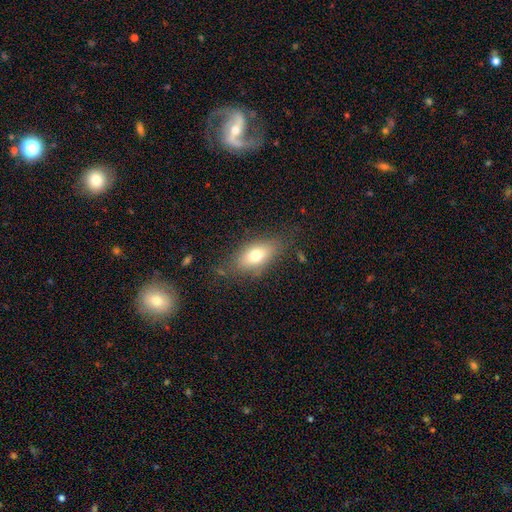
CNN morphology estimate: The model was most divided on "smooth or featured": smooth: 71%, featured or disk: 20%, star or artifact: 9%. More confident: how rounded — in between (81%); merging — none (75%).